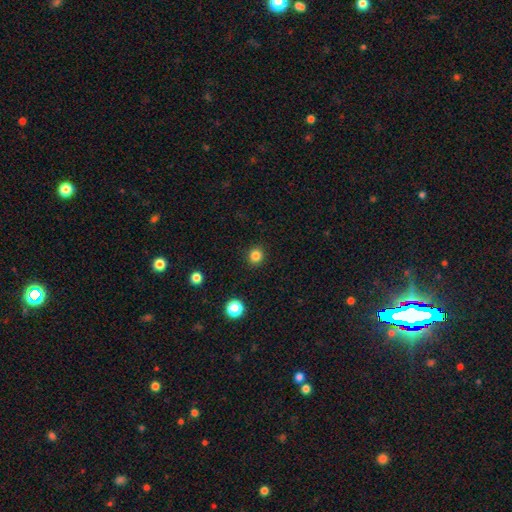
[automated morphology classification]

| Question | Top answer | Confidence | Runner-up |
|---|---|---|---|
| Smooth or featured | smooth | 83% | star or artifact (13%) |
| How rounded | round | 90% | in between (9%) |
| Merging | none | 92% | minor disturbance (5%) |